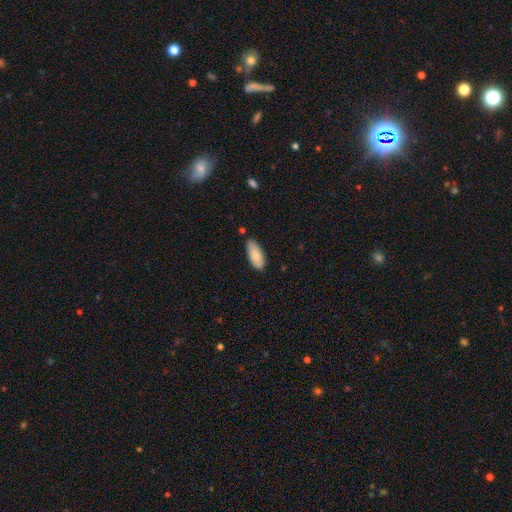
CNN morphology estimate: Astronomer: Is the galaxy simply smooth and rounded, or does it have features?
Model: smooth — 86%.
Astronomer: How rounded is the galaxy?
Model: in between — 86%.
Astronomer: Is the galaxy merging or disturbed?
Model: none — 82%.